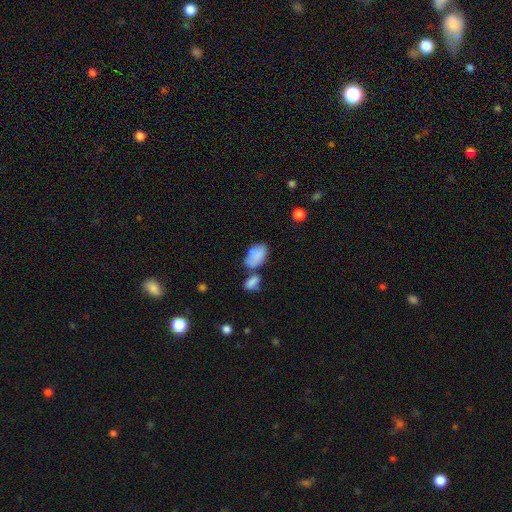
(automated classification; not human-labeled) Smooth or featured? Predicted: smooth (p=0.77). How rounded? Predicted: in between (p=0.91). Merging? Predicted: merger (p=0.38).